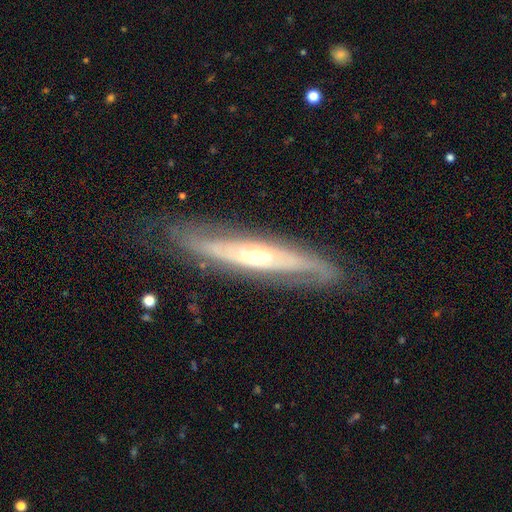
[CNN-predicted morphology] Smooth or featured?
  - featured or disk: 79% *
  - smooth: 15%
  - star or artifact: 6%
Edge-on disk?
  - no: 56% *
  - yes: 44%
Merging?
  - none: 76% *
  - minor disturbance: 16%
  - major disturbance: 6%
  - merger: 1%